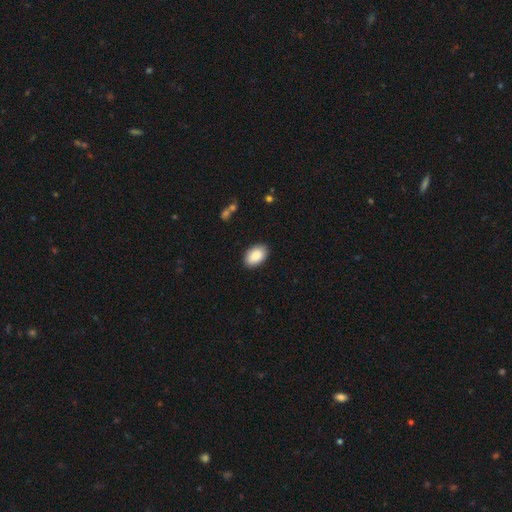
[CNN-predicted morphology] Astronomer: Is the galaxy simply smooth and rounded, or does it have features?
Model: smooth — 90%.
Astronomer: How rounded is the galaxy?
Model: in between — 92%.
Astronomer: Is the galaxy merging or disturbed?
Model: none — 88%.